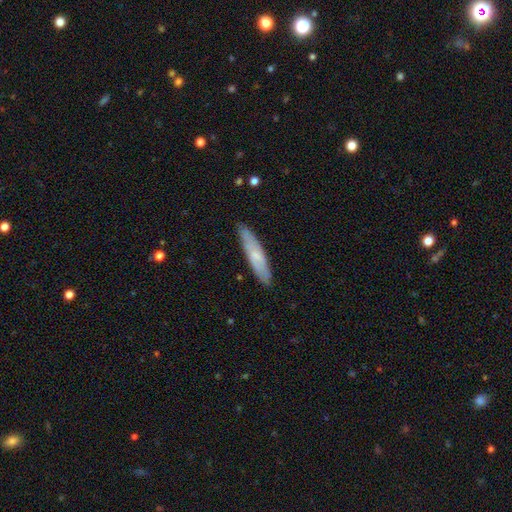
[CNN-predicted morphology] Q: Smooth or featured?
A: smooth (59%); runner-up: featured or disk (35%)
Q: How rounded?
A: cigar-shaped (82%); runner-up: in between (16%)
Q: Merging?
A: none (85%); runner-up: minor disturbance (12%)